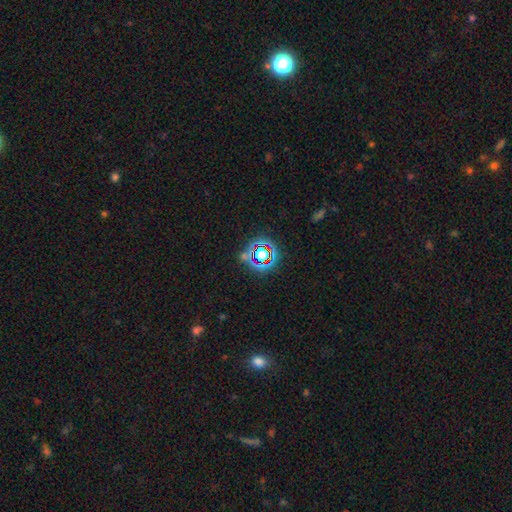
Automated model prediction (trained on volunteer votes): Smooth or featured? Predicted: star or artifact (p=0.74).